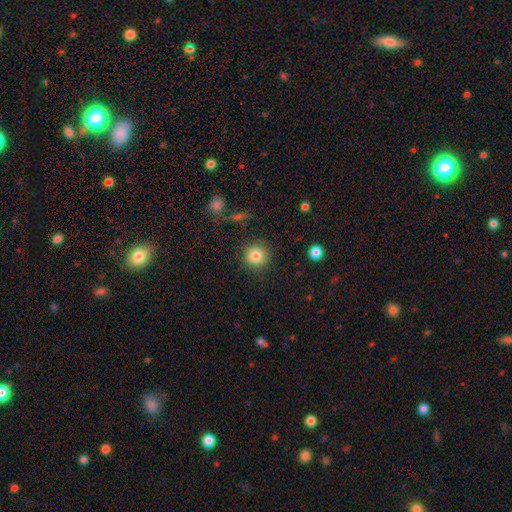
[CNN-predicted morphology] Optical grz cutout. It shows a smooth galaxy with no disk features (82%) that is round (93%). Merging: none (89%).